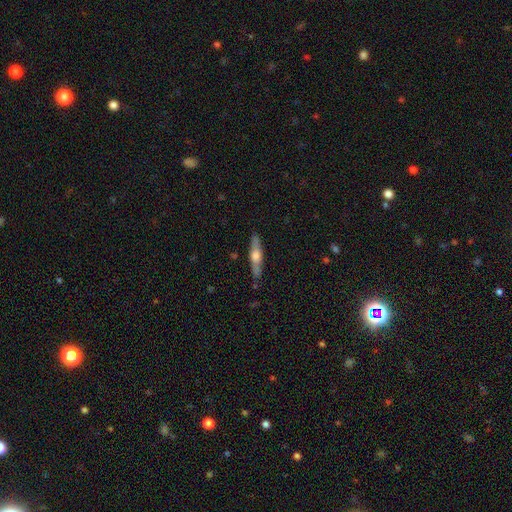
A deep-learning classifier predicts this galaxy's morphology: This is possibly a featured or disk galaxy (54%). It is clearly viewed edge-on (92%). Merging: clearly none (86%).